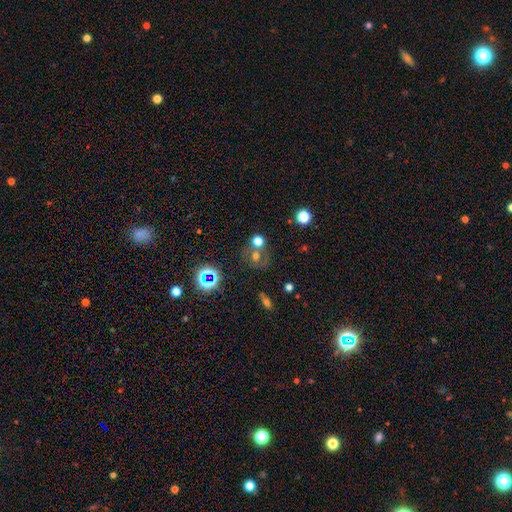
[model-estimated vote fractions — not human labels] Smooth or featured? smooth (45%)
Merging? none (53%)